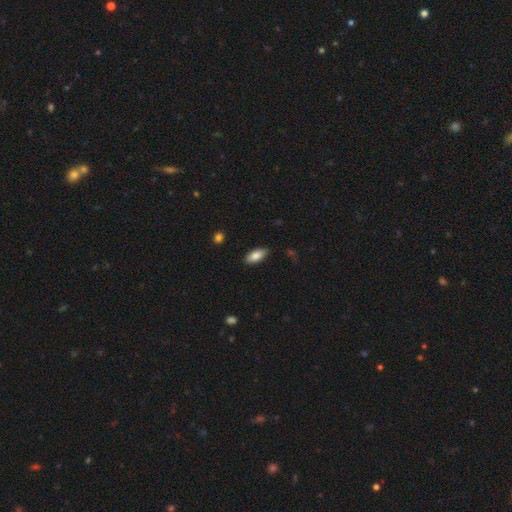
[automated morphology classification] Smooth or featured? smooth (82%)
How rounded? in between (88%)
Merging? none (87%)